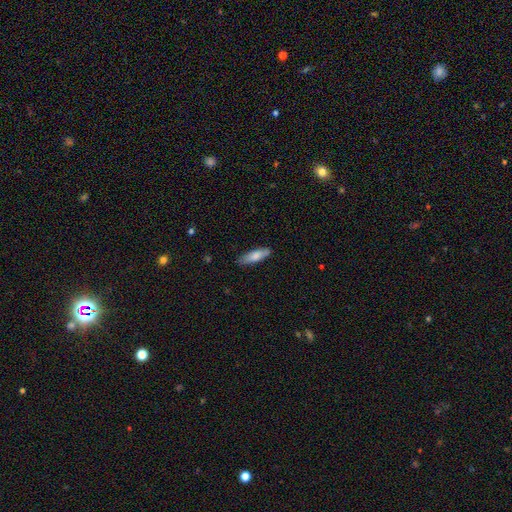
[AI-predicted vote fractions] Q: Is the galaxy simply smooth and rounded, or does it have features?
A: smooth — 77%.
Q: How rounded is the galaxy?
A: cigar-shaped — 57%.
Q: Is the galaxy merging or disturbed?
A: none — 82%.